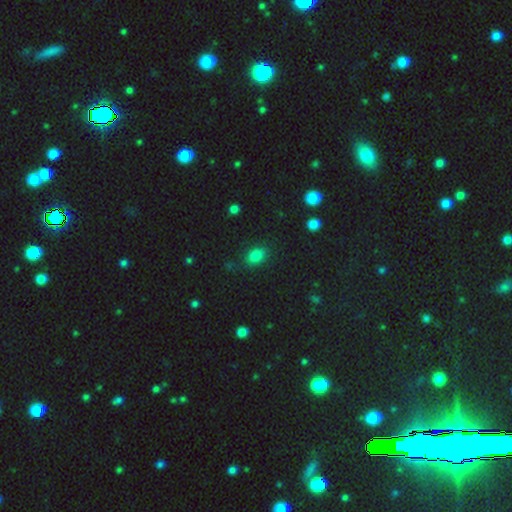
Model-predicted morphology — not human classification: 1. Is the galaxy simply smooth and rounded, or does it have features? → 80% smooth, 14% star or artifact, 6% featured or disk.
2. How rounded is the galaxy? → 77% in between, 21% round, 2% cigar-shaped.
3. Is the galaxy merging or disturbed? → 83% none, 12% minor disturbance, 4% major disturbance, 2% merger.